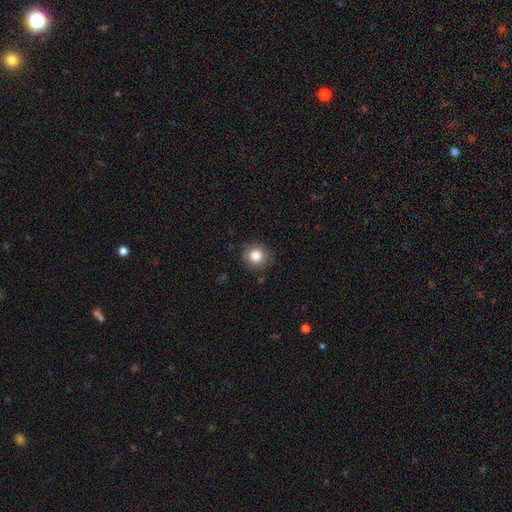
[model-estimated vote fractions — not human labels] smooth-or-featured: smooth: 83% | star or artifact: 10% | featured or disk: 7%
  how-rounded: round: 91% | in between: 8% | cigar-shaped: 1%
  merging: none: 86% | minor disturbance: 10% | major disturbance: 3% | merger: 1%